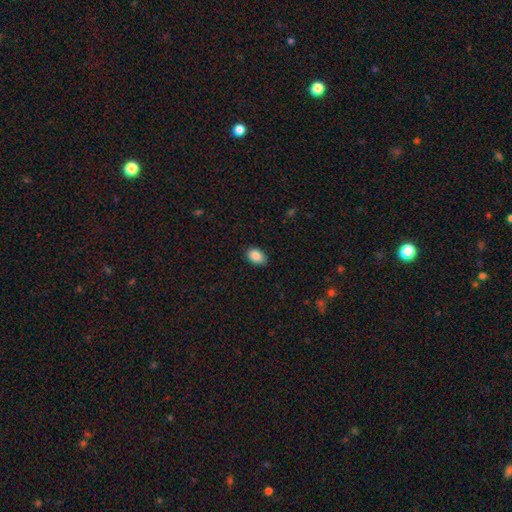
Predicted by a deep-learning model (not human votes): Q: Smooth or featured?
A: smooth (87%); runner-up: star or artifact (8%)
Q: How rounded?
A: in between (83%); runner-up: round (16%)
Q: Merging?
A: none (82%); runner-up: minor disturbance (14%)